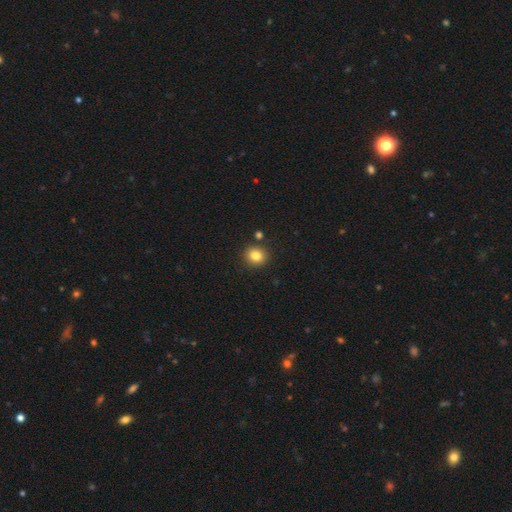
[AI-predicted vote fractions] A smooth galaxy with no disk features (83%) that is round (82%).

Vote fractions:
- Smooth or featured? smooth: 83% / star or artifact: 11% / featured or disk: 6%
- How rounded? round: 82% / in between: 17% / cigar-shaped: 1%
- Merging? none: 86% / minor disturbance: 7% / merger: 4% / major disturbance: 2%